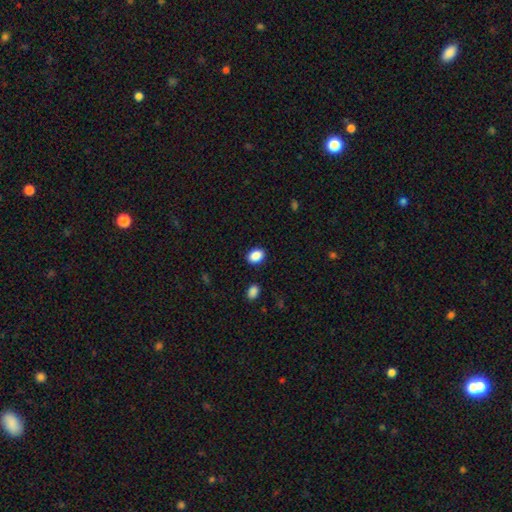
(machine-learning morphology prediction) This appears to be a smooth galaxy with no disk features (89%) that is in between round and cigar-shaped (71%). Merging: none (88%).